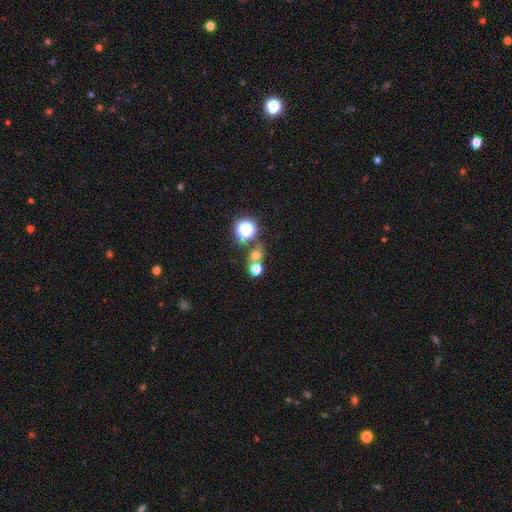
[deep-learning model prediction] This is likely a smooth galaxy (61%). How rounded: likely round (79%). Merging: possibly none (56%).